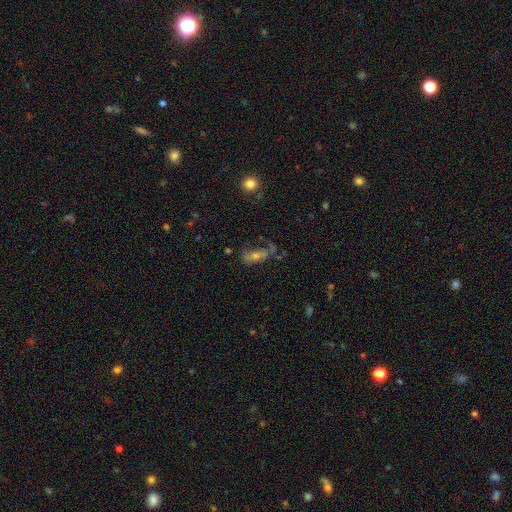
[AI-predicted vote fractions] Smooth or featured: featured or disk — 46% (smooth — 37%)
Merging: none — 42% (major disturbance — 28%)